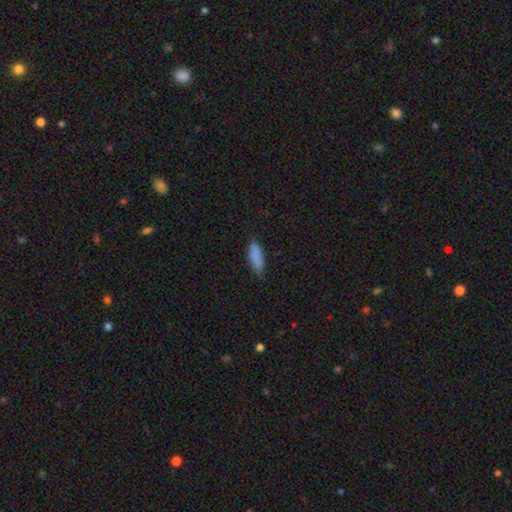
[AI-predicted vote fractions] A smooth galaxy with no disk features (85%) that is in between round and cigar-shaped (61%).

Vote fractions:
- Smooth or featured? smooth: 85% / star or artifact: 8% / featured or disk: 7%
- How rounded? in between: 61% / cigar-shaped: 37% / round: 2%
- Merging? none: 66% / minor disturbance: 27% / major disturbance: 5% / merger: 2%